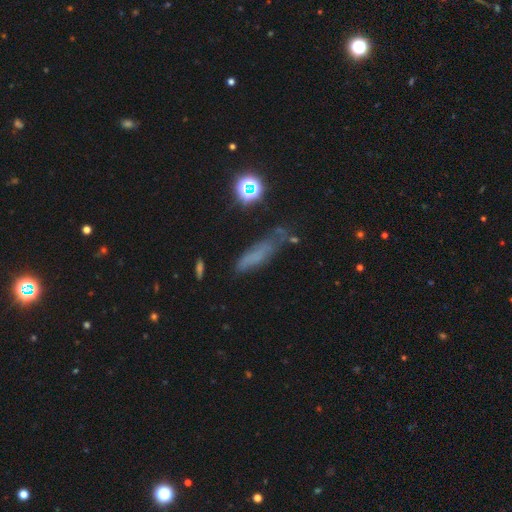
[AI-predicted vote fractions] Smooth or featured? smooth (55%)
How rounded? cigar-shaped (64%)
Merging? none (51%)